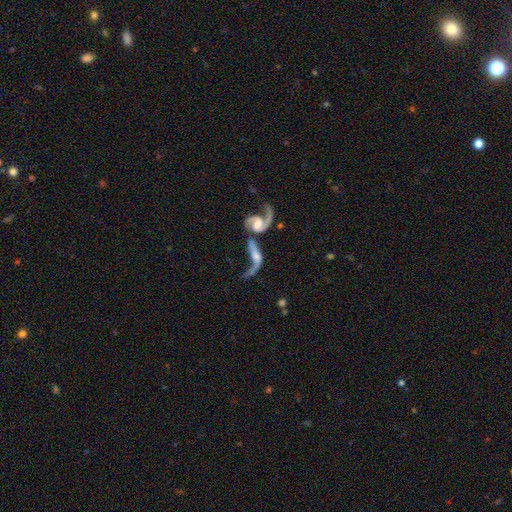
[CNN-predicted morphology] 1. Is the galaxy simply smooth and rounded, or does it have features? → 75% featured or disk, 17% smooth, 8% star or artifact.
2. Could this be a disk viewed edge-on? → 91% no, 9% yes.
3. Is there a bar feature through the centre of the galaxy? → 51% no, 34% weak, 15% strong.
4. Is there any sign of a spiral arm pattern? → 86% yes, 14% no.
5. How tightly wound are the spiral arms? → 83% loose, 13% medium, 4% tight.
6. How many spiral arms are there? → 73% 2, 19% 1, 5% can't tell, 1% 3, 1% 4, 1% more than 4.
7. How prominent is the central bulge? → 37% moderate, 32% small, 19% none, 9% large, 2% dominant.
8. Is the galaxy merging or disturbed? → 60% merger, 17% major disturbance, 16% none, 8% minor disturbance.